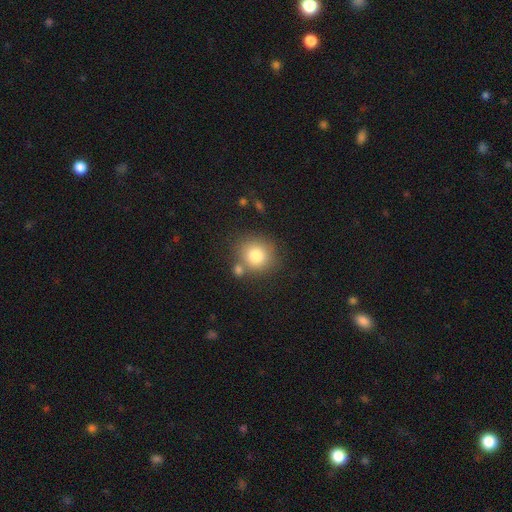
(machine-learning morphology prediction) The model was most divided on "merging": none: 68%, merger: 16%, minor disturbance: 11%, major disturbance: 4%. More confident: how rounded — round (86%); smooth or featured — smooth (80%).